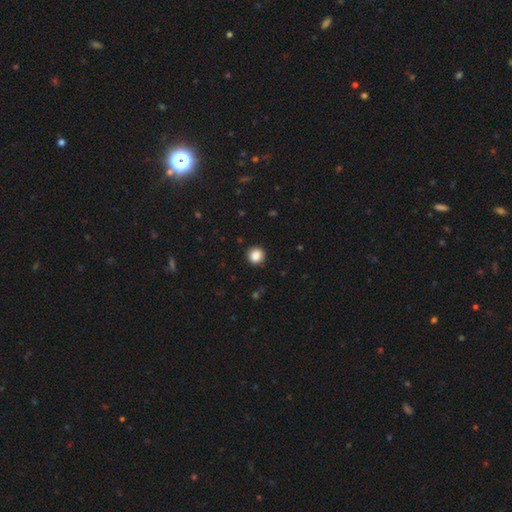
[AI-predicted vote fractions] smooth_or_featured: smooth (p=0.87) [alt: star or artifact p=0.10]
how_rounded: round (p=0.89) [alt: in between p=0.10]
merging: none (p=0.90) [alt: minor disturbance p=0.07]